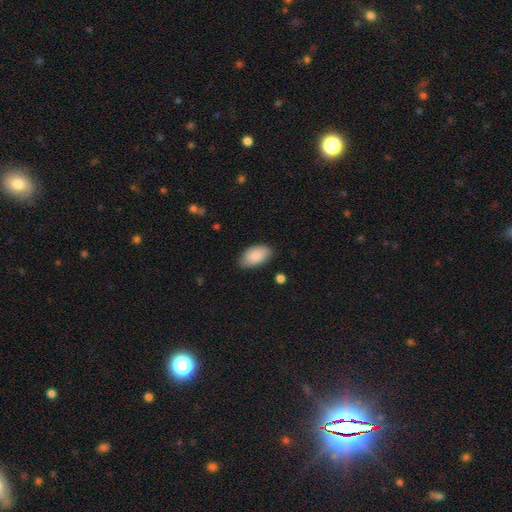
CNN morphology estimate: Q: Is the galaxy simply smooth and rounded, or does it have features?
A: smooth — 87%.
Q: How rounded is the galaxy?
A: in between — 95%.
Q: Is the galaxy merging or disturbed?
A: none — 77%.